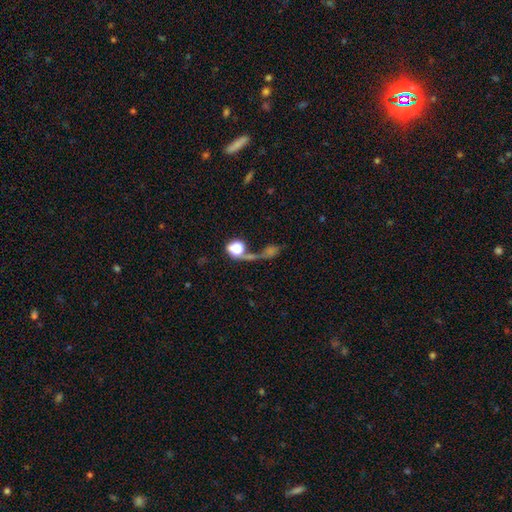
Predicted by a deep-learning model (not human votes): This is marginally a star or artifact rather than a galaxy (41%).